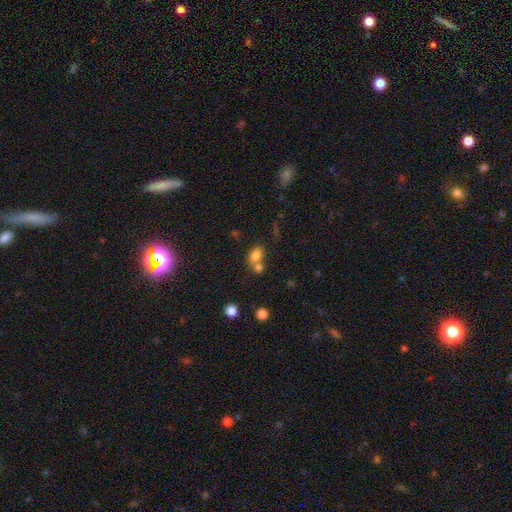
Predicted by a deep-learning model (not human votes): The model was most divided on "merging": merger: 48%, none: 39%, minor disturbance: 9%, major disturbance: 4%. More confident: smooth or featured — smooth (79%); how rounded — in between (61%).